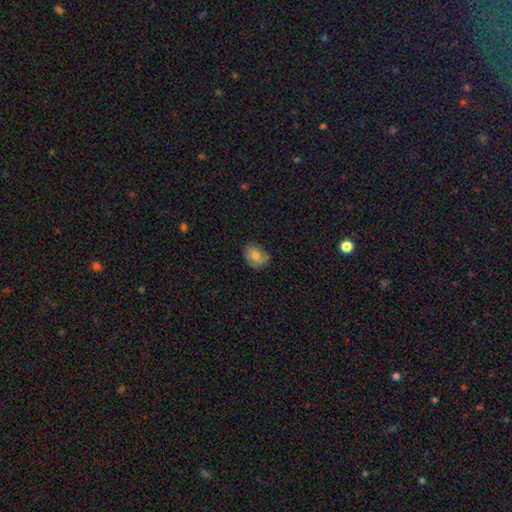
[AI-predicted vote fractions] Smooth or featured: smooth — 73% (featured or disk — 18%)
How rounded: in between — 58% (round — 41%)
Merging: none — 69% (minor disturbance — 25%)